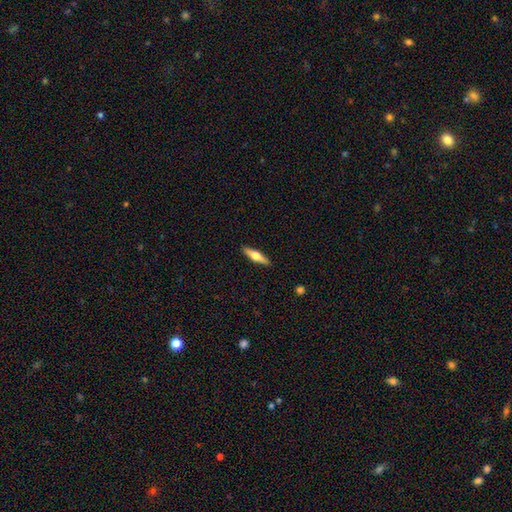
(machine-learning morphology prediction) The model was most divided on "smooth or featured": featured or disk: 50%, smooth: 45%, star or artifact: 5%. More confident: merging — none (91%).